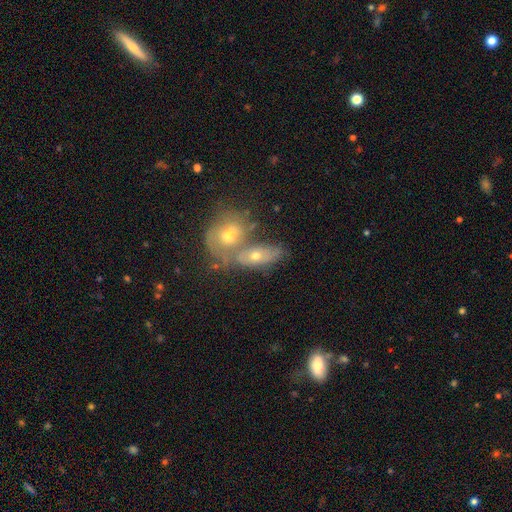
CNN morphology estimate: Overall: smooth (54%; featured or disk 37%). How rounded: in between (74%). Merging: merger (58%; none 27%).